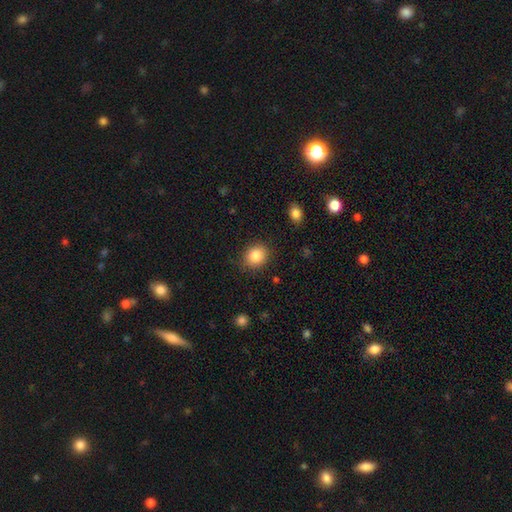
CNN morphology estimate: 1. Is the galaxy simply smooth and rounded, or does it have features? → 85% smooth, 9% star or artifact, 6% featured or disk.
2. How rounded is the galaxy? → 70% round, 29% in between, 1% cigar-shaped.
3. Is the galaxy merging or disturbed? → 87% none, 9% minor disturbance, 3% major disturbance, 1% merger.